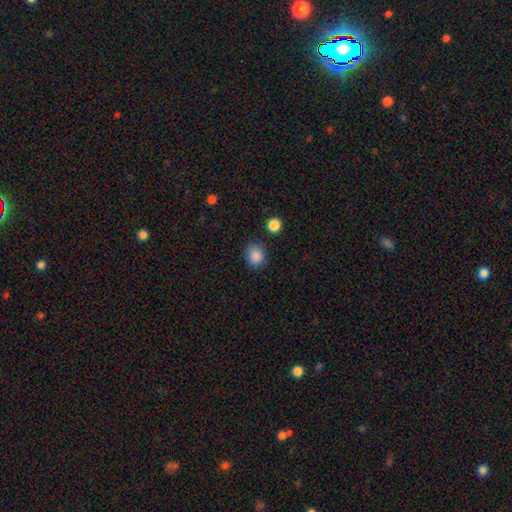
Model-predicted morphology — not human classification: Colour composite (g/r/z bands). It shows a smooth galaxy with no disk features (87%) that is round (73%). Merging: none (79%).